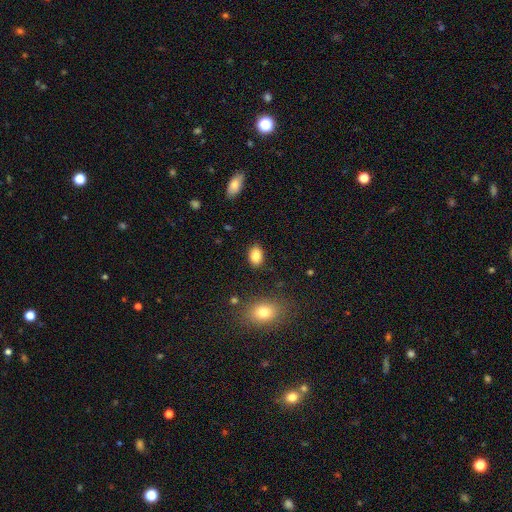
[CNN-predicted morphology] type=smooth (85%); roundness=in between (82%); merging=none (87%).